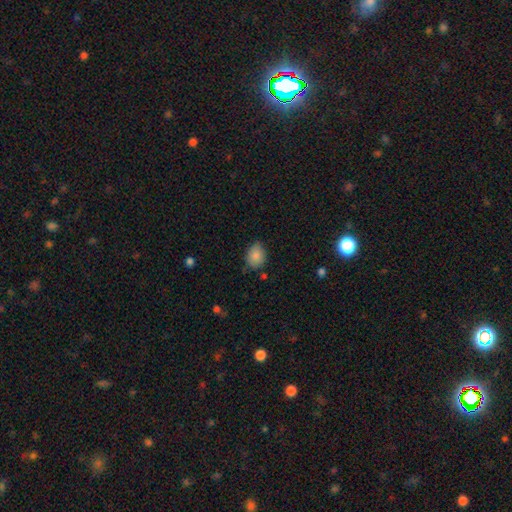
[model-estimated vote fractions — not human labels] The model was most divided on "how rounded": in between: 54%, round: 45%, cigar-shaped: 1%. More confident: smooth or featured — smooth (85%); merging — none (68%).